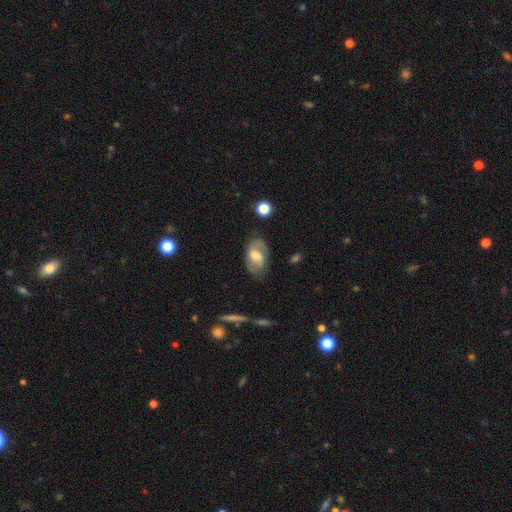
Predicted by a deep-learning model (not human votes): Smooth or featured?
  - featured or disk: 55% *
  - smooth: 38%
  - star or artifact: 7%
Edge-on disk?
  - no: 94% *
  - yes: 6%
Bar?
  - weak: 51% *
  - no: 32%
  - strong: 17%
Spiral arms?
  - yes: 79% *
  - no: 21%
Bulge size?
  - moderate: 56% *
  - large: 19%
  - small: 19%
  - none: 5%
  - dominant: 2%
Merging?
  - none: 70% *
  - minor disturbance: 21%
  - major disturbance: 7%
  - merger: 2%